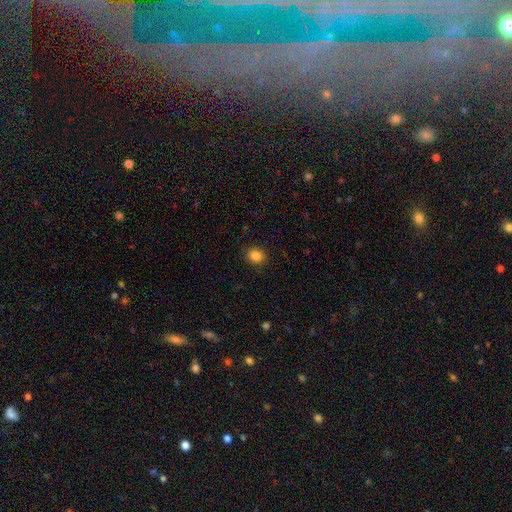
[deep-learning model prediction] The model was most divided on "how rounded": round: 62%, in between: 37%, cigar-shaped: 1%. More confident: merging — none (88%); smooth or featured — smooth (85%).